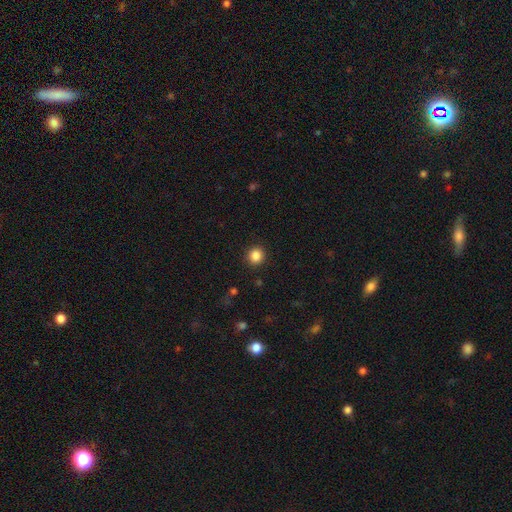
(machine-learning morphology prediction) smooth 86%, star or artifact 11%, featured or disk 3%. Down the decision tree: how rounded — round (91%); merging — none (92%).